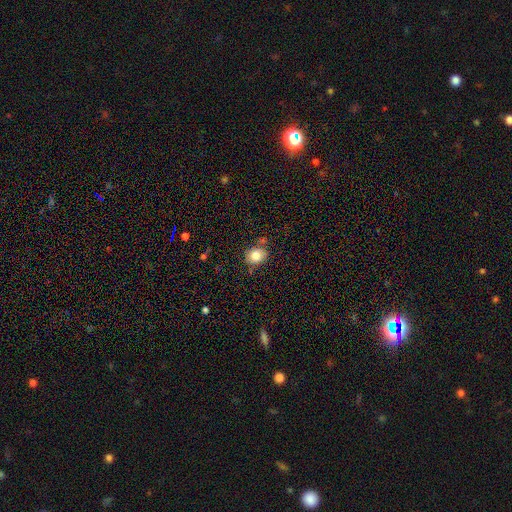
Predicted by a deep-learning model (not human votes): Smooth or featured? Predicted: smooth (p=0.81). How rounded? Predicted: round (p=0.62). Merging? Predicted: none (p=0.75).